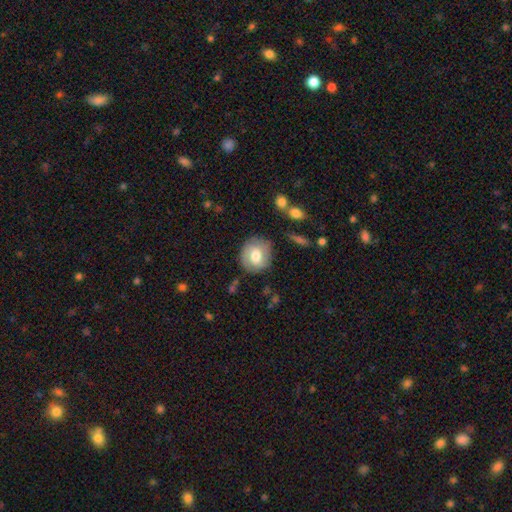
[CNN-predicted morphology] This is likely a smooth galaxy (70%). How rounded: clearly round (81%). Merging: likely none (77%).